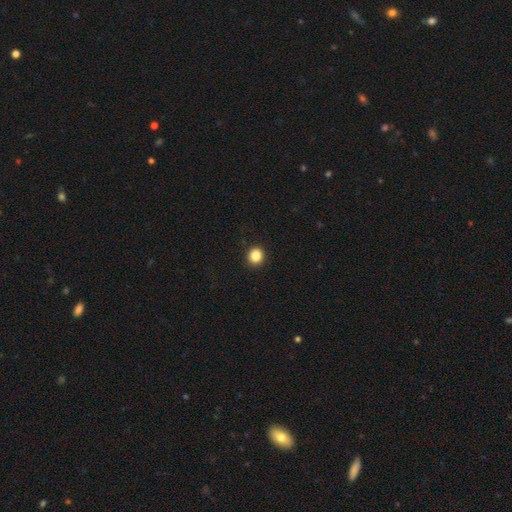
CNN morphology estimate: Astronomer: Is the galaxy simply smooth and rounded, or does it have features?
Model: smooth — 86%.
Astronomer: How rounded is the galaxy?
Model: round — 88%.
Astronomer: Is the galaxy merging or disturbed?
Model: none — 92%.